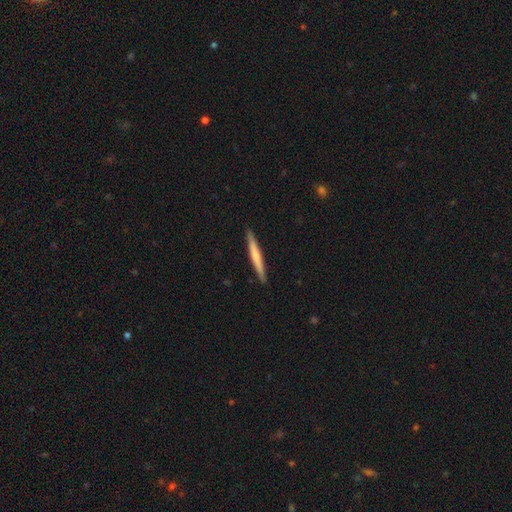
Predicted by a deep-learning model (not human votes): smooth 54%, featured or disk 41%, star or artifact 5%. Down the decision tree: how rounded — cigar-shaped (96%); merging — none (92%).